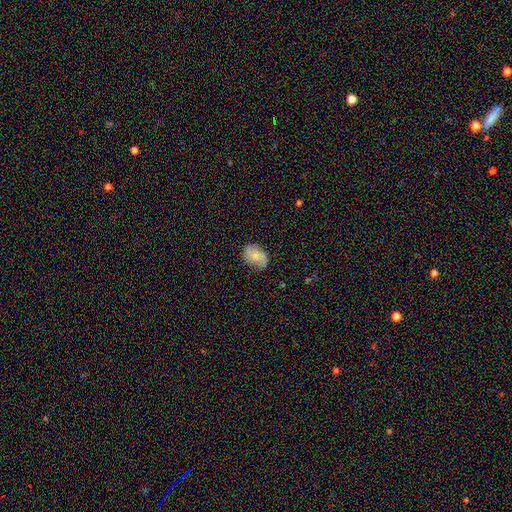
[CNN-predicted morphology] The model was most divided on "smooth or featured": smooth: 59%, featured or disk: 33%, star or artifact: 8%. More confident: how rounded — in between (77%); merging — none (69%).